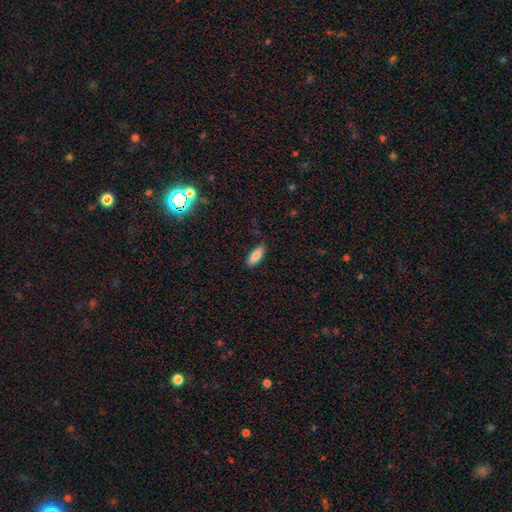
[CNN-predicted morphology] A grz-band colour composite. It shows a smooth galaxy with no disk features (83%) that is in between round and cigar-shaped (66%). Merging: none (84%).